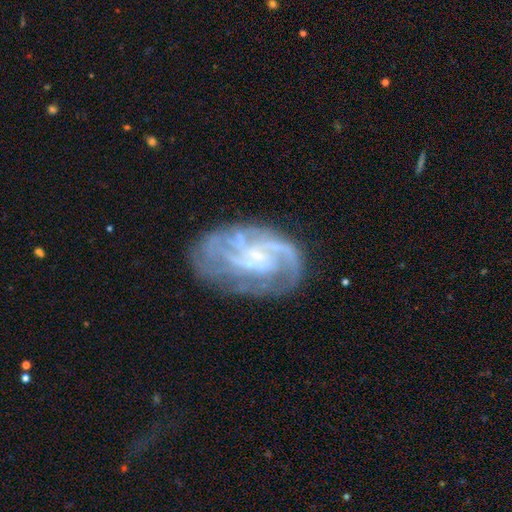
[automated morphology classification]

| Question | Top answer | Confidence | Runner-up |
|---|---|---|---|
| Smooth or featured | featured or disk | 84% | smooth (9%) |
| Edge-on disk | no | 97% | yes (3%) |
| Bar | no | 56% | weak (35%) |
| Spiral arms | yes | 90% | no (10%) |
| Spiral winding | tight | 42% | medium (39%) |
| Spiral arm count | can't tell | 34% | 3 (20%) |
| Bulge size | small | 60% | none (28%) |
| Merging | none | 59% | minor disturbance (20%) |